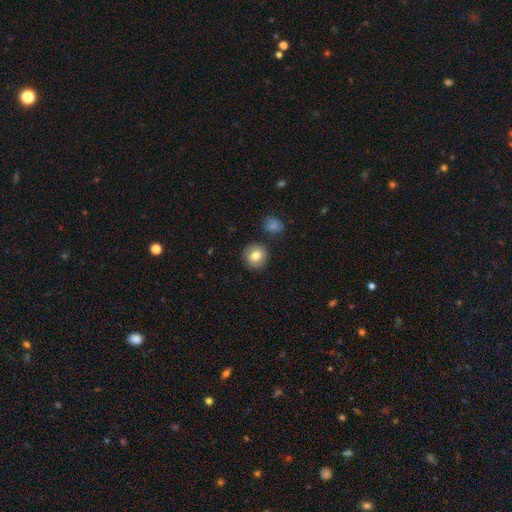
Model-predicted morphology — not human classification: Q: Smooth or featured?
A: smooth (80%); runner-up: featured or disk (11%)
Q: How rounded?
A: round (91%); runner-up: in between (8%)
Q: Merging?
A: none (87%); runner-up: minor disturbance (8%)